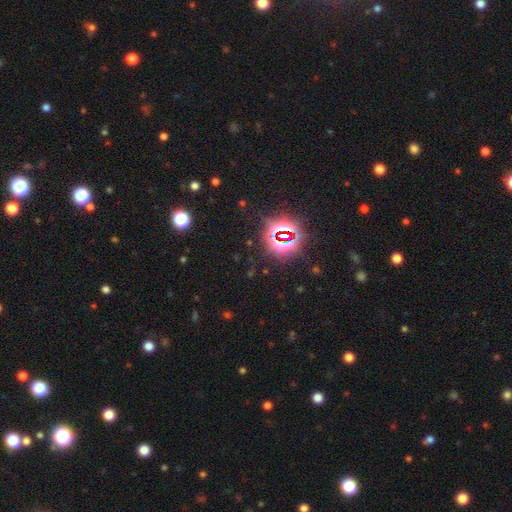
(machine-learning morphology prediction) The model was most divided on "smooth or featured": star or artifact: 77%, smooth: 15%, featured or disk: 8%.